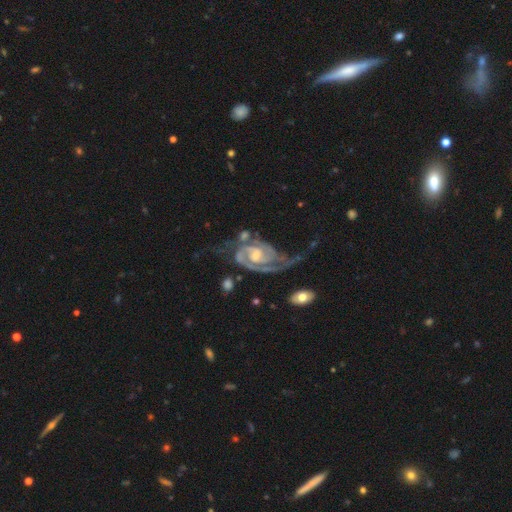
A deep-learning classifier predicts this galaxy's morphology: The model was most divided on "bar": no: 48%, weak: 39%, strong: 13%. Remaining: spiral arms — yes (98%); edge-on disk — no (97%); smooth or featured — featured or disk (92%); spiral arm count — 2 (72%); spiral winding — tight (53%); bulge size — moderate (53%); merging — none (43%).